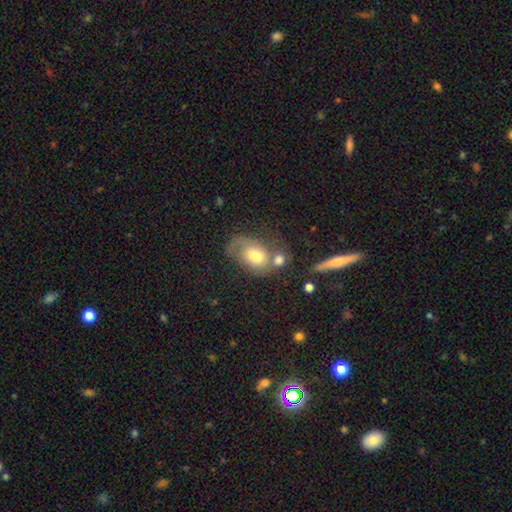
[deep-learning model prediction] Morphology: type=smooth (54%); roundness=in between (77%); merging=none (34%).